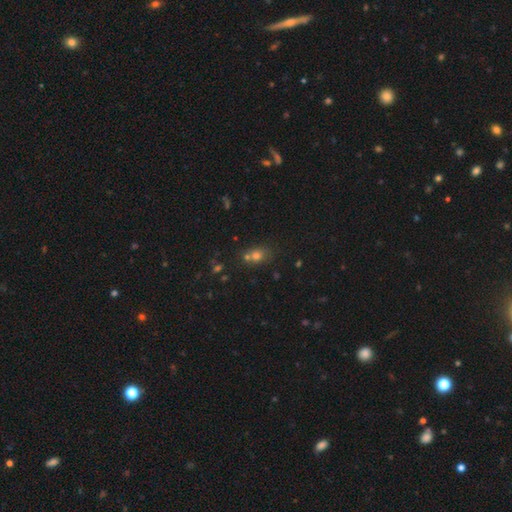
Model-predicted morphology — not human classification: Smooth or featured: smooth — 61% (star or artifact — 28%)
How rounded: round — 63% (in between — 35%)
Merging: none — 58% (merger — 28%)